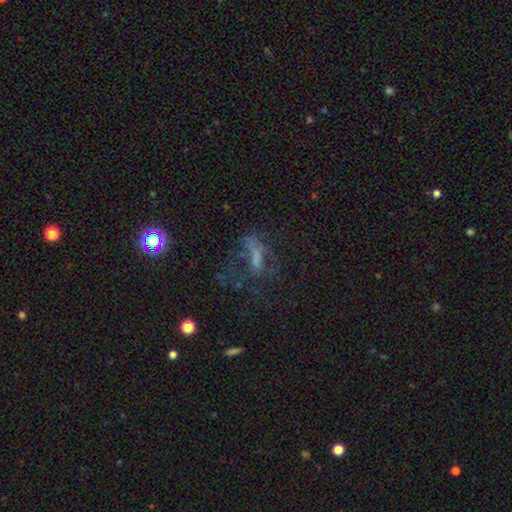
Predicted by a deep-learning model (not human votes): Overall: featured or disk (36%; smooth 34%). Merging: major disturbance (40%; none 37%).